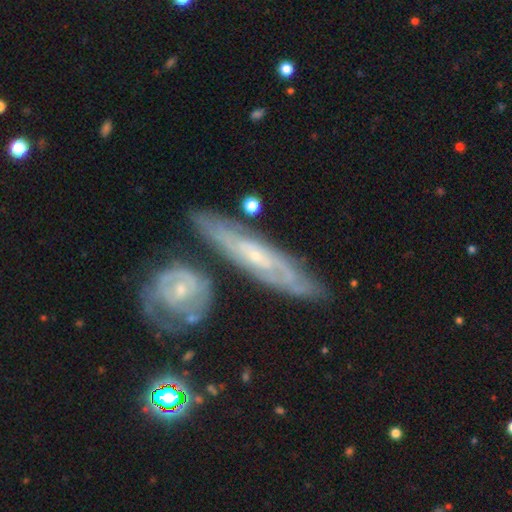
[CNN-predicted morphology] A featured or disk galaxy (80%) with no bar (62%), spiral arms (86%) and a small central bulge (77%). Merging: none (67%).